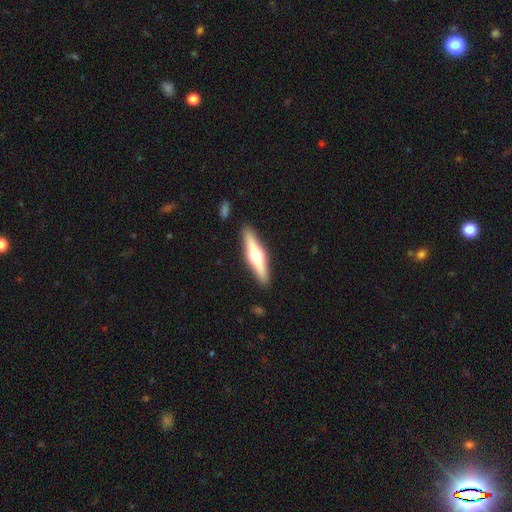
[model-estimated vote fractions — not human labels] Overall: featured or disk (62%; smooth 33%). Edge-on disk: yes (96%). Edge-on bulge: rounded (95%). Merging: none (90%).